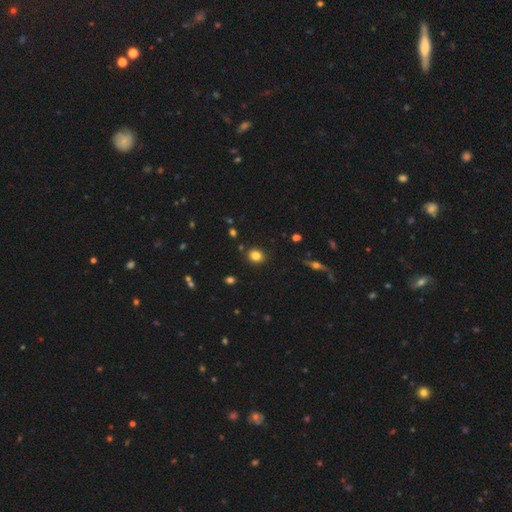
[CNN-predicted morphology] smooth-or-featured: smooth: 82% | star or artifact: 11% | featured or disk: 7%
  how-rounded: round: 72% | in between: 27% | cigar-shaped: 1%
  merging: none: 88% | minor disturbance: 8% | merger: 2% | major disturbance: 2%